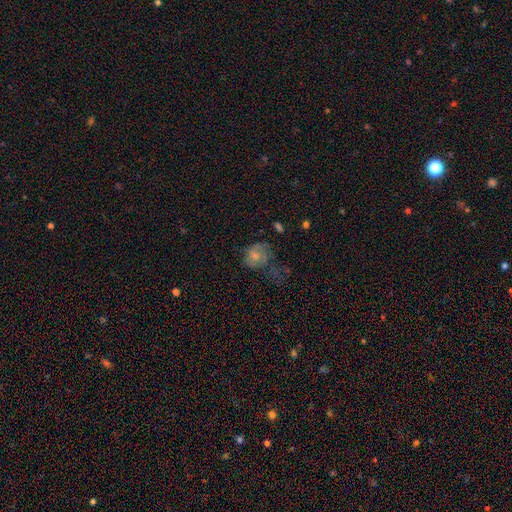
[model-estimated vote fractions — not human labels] Smooth or featured: smooth — 60% (featured or disk — 29%)
How rounded: round — 52% (in between — 47%)
Merging: major disturbance — 33% (none — 32%)